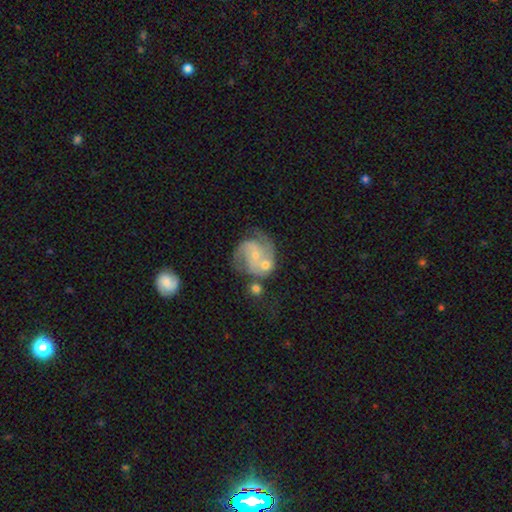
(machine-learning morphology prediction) Smooth or featured?
  - featured or disk: 74% *
  - smooth: 20%
  - star or artifact: 7%
Edge-on disk?
  - no: 98% *
  - yes: 2%
Bar?
  - no: 64% *
  - weak: 30%
  - strong: 6%
Spiral arms?
  - yes: 90% *
  - no: 10%
Spiral winding?
  - medium: 47% *
  - tight: 32%
  - loose: 21%
Spiral arm count?
  - 2: 63% *
  - can't tell: 15%
  - 3: 11%
  - 1: 6%
  - 4: 2%
  - more than 4: 2%
Bulge size?
  - small: 67% *
  - moderate: 24%
  - none: 6%
  - large: 2%
  - dominant: 1%
Merging?
  - none: 39% *
  - merger: 28%
  - minor disturbance: 19%
  - major disturbance: 15%